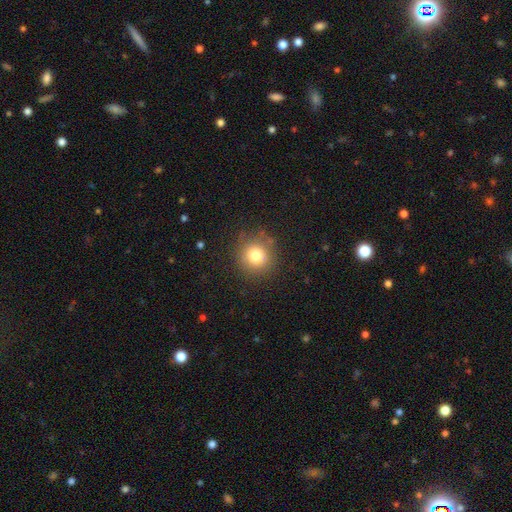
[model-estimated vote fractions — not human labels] A smooth galaxy with no disk features (79%) that is round (91%). Merging: none (85%).